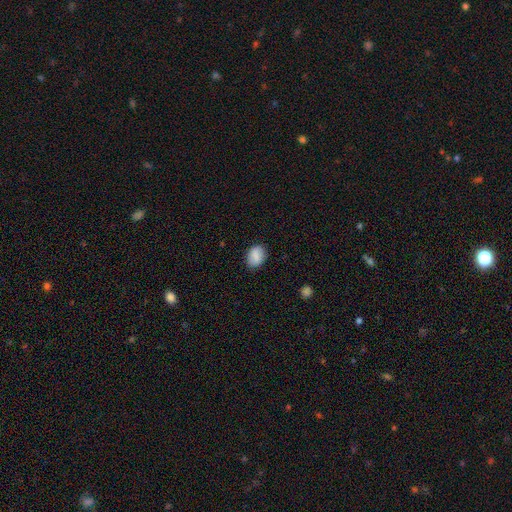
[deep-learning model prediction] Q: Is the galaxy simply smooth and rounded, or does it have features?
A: smooth — 82%.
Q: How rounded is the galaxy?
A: in between — 72%.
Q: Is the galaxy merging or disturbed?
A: none — 85%.